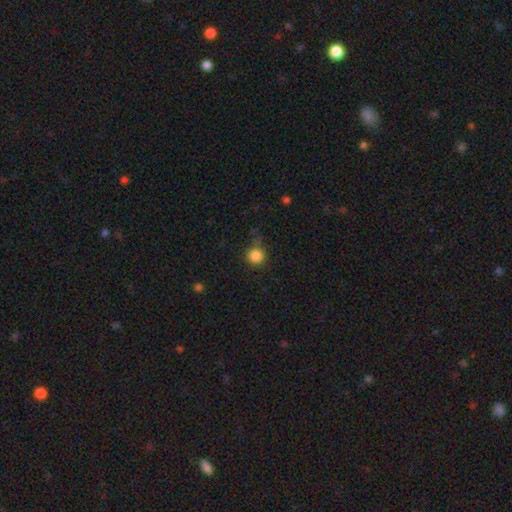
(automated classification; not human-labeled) Smooth or featured: smooth — 85% (star or artifact — 11%)
How rounded: round — 94% (in between — 5%)
Merging: none — 81% (minor disturbance — 13%)